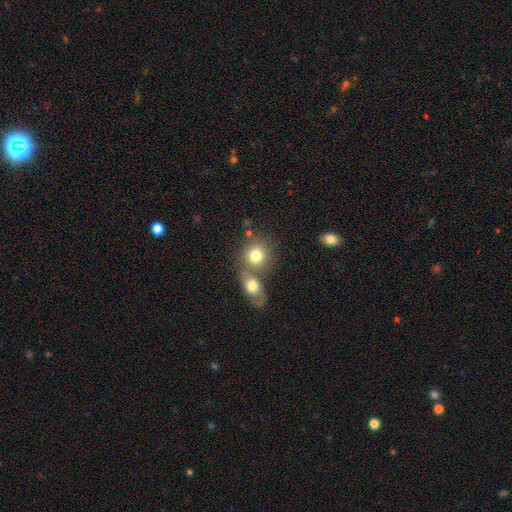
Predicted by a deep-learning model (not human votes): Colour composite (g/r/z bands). It shows a smooth galaxy with no disk features (77%) that is round (77%). Merging: merger (48%).